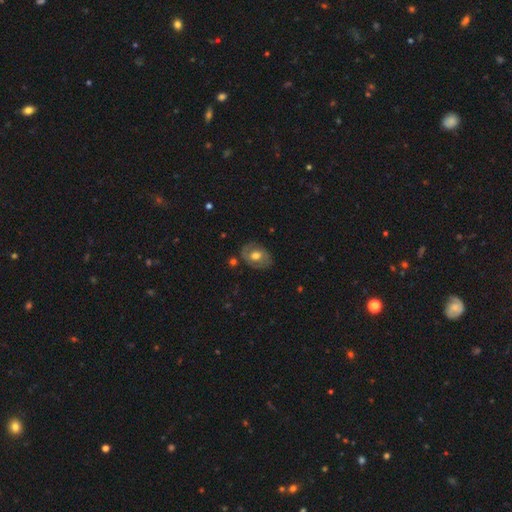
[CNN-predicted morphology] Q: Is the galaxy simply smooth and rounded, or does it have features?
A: featured or disk — 53%.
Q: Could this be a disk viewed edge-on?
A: no — 95%.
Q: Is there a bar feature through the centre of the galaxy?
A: no — 63%.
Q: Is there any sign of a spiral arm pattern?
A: yes — 54%.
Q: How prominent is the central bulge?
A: moderate — 72%.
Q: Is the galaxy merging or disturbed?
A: none — 75%.